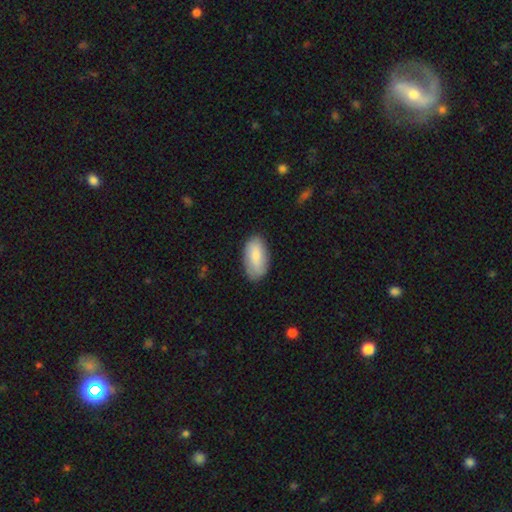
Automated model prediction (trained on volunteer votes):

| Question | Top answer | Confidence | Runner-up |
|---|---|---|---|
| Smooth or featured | smooth | 76% | featured or disk (18%) |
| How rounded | in between | 93% | cigar-shaped (4%) |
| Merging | none | 79% | minor disturbance (16%) |